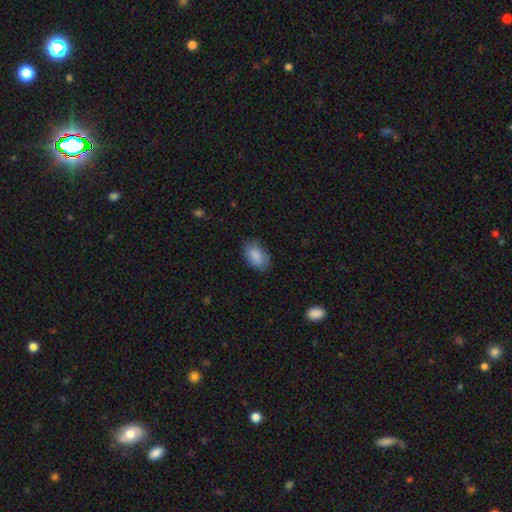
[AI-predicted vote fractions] Smooth or featured: smooth — 87% (star or artifact — 7%)
How rounded: in between — 89% (round — 10%)
Merging: none — 76% (minor disturbance — 18%)